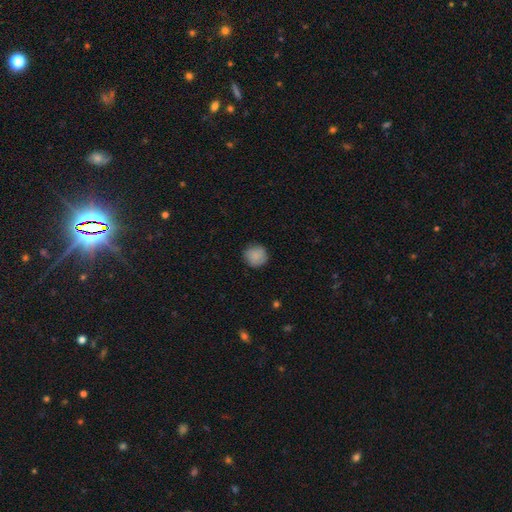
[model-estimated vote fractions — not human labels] Morphology: type=smooth (88%); roundness=round (93%); merging=none (88%).